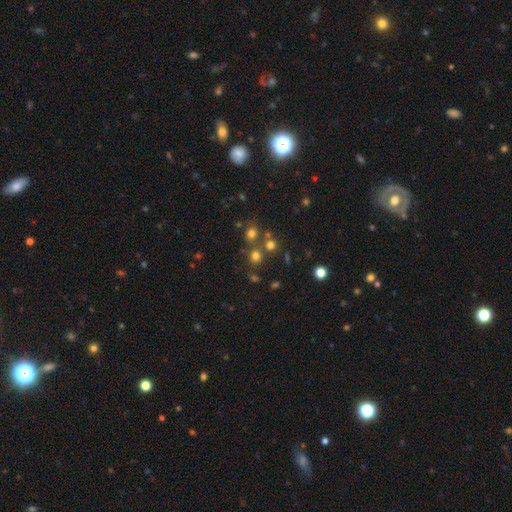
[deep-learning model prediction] A smooth galaxy with no disk features (67%) that is round (88%).

Vote fractions:
- Smooth or featured? smooth: 67% / star or artifact: 25% / featured or disk: 8%
- How rounded? round: 88% / in between: 11% / cigar-shaped: 1%
- Merging? none: 69% / merger: 20% / minor disturbance: 7% / major disturbance: 3%